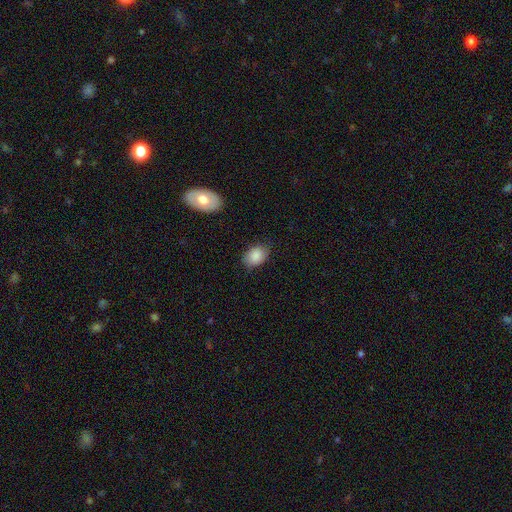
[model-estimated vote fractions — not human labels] A smooth galaxy with no disk features (86%) that is in between round and cigar-shaped (74%). Merging: none (76%).